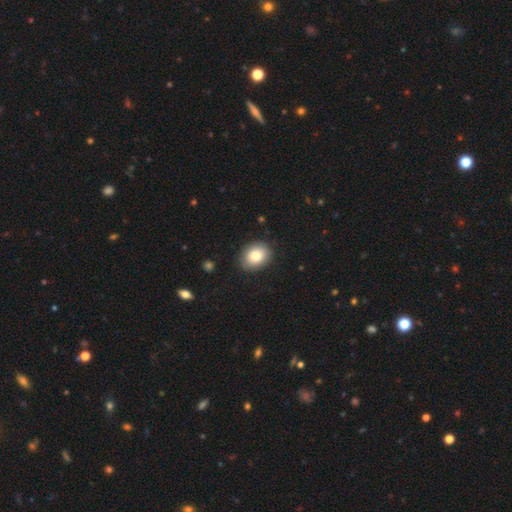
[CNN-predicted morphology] Smooth or featured? Predicted: smooth (p=0.82). How rounded? Predicted: in between (p=0.54). Merging? Predicted: none (p=0.85).